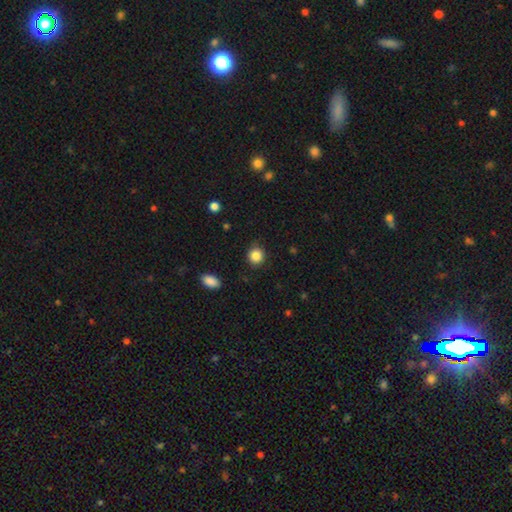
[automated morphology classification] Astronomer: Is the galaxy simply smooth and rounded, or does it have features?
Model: smooth — 86%.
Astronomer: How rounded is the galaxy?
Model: round — 88%.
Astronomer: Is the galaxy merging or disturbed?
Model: none — 87%.